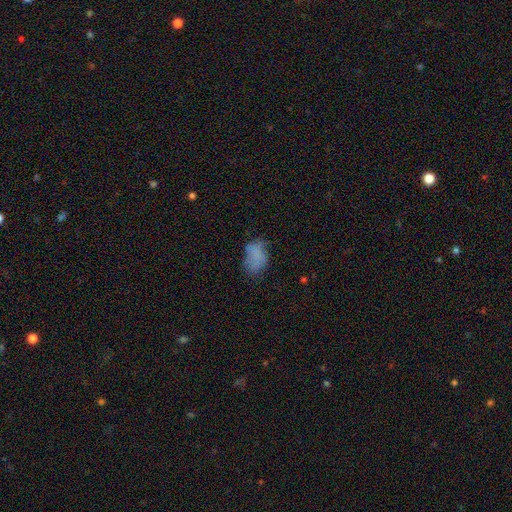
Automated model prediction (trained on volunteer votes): Q: Smooth or featured?
A: smooth (70%); runner-up: featured or disk (18%)
Q: How rounded?
A: in between (83%); runner-up: round (15%)
Q: Merging?
A: none (45%); runner-up: minor disturbance (32%)